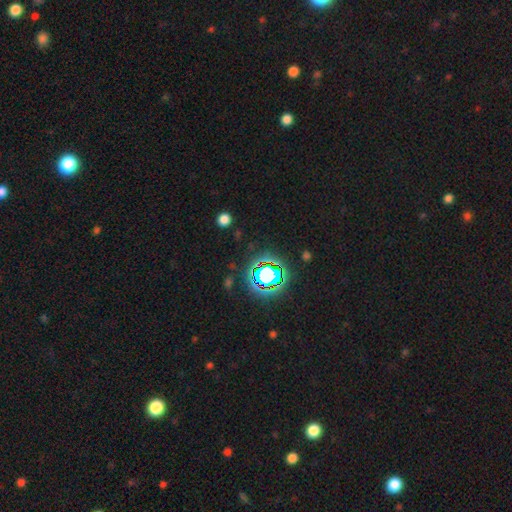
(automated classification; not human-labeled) Smooth or featured?
  - star or artifact: 78% *
  - smooth: 13%
  - featured or disk: 9%